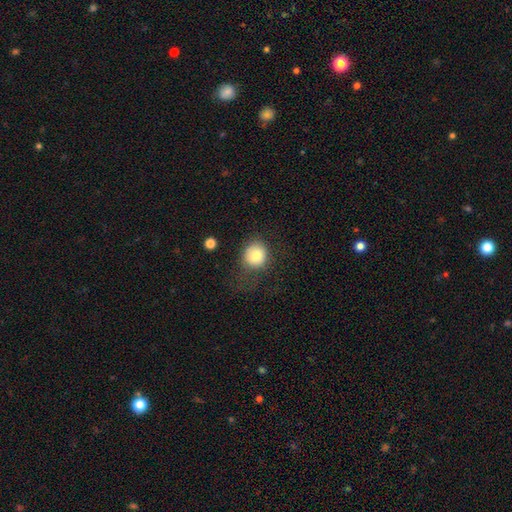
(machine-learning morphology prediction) smooth 80%, featured or disk 10%, star or artifact 10%. Down the decision tree: how rounded — round (84%); merging — none (65%).